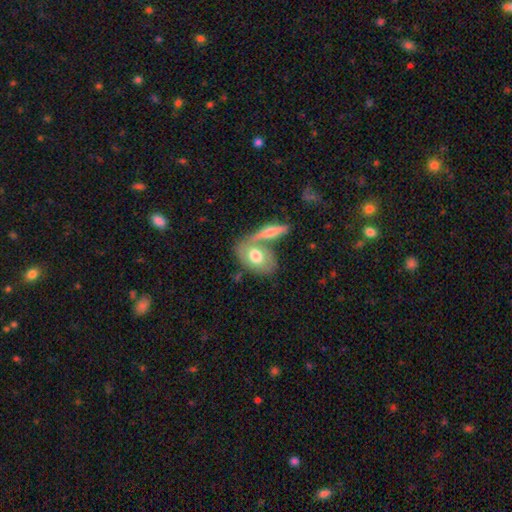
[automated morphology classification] smooth_or_featured: smooth (p=0.59) [alt: featured or disk p=0.36]
how_rounded: in between (p=0.83) [alt: round p=0.12]
merging: merger (p=0.44) [alt: none p=0.40]